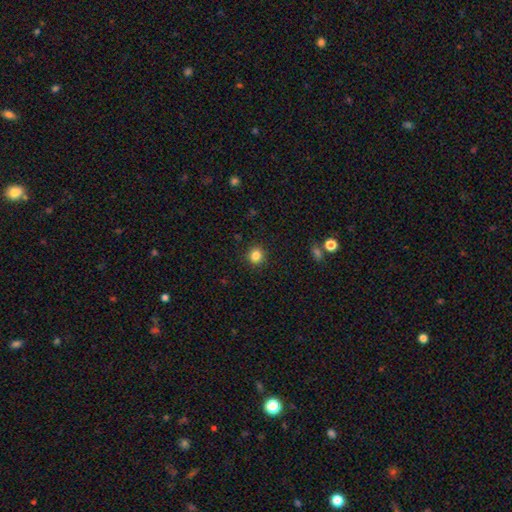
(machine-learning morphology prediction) A smooth galaxy with no disk features (83%) that is round (90%). Merging: none (91%).